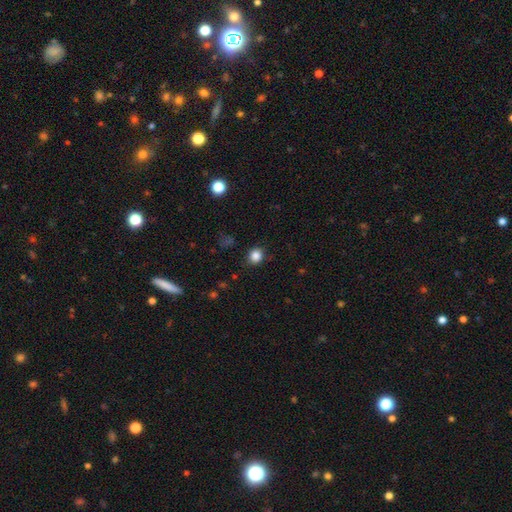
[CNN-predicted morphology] smooth_or_featured: smooth (p=0.85) [alt: star or artifact p=0.11]
how_rounded: round (p=0.76) [alt: in between p=0.23]
merging: none (p=0.86) [alt: minor disturbance p=0.10]